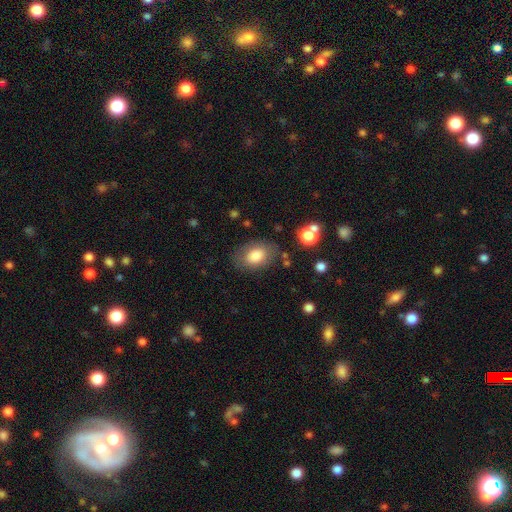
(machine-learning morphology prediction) Smooth or featured?
  - smooth: 80% *
  - featured or disk: 12%
  - star or artifact: 8%
How rounded?
  - in between: 80% *
  - round: 18%
  - cigar-shaped: 1%
Merging?
  - none: 76% *
  - minor disturbance: 15%
  - major disturbance: 6%
  - merger: 3%